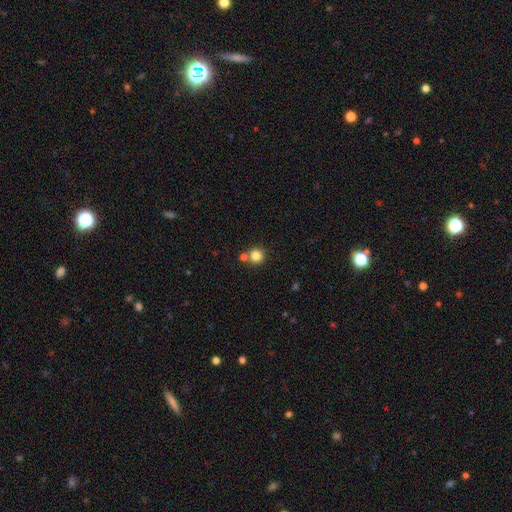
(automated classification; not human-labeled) A smooth galaxy with no disk features (82%) that is round (93%).

Vote fractions:
- Smooth or featured? smooth: 82% / star or artifact: 11% / featured or disk: 6%
- How rounded? round: 93% / in between: 6% / cigar-shaped: 1%
- Merging? none: 70% / merger: 20% / minor disturbance: 8% / major disturbance: 2%